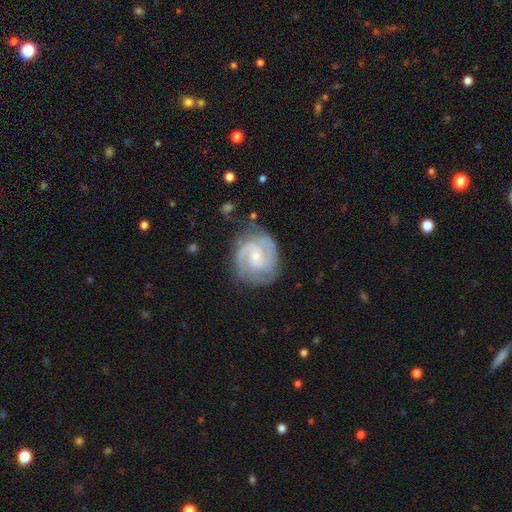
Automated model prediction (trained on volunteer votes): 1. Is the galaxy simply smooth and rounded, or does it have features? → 87% featured or disk, 8% smooth, 5% star or artifact.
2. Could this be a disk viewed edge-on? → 98% no, 2% yes.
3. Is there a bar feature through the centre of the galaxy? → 50% no, 43% weak, 7% strong.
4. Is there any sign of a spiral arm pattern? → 97% yes, 3% no.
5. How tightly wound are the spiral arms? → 51% tight, 42% medium, 8% loose.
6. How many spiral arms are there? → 70% 2, 15% 3, 8% can't tell, 3% 1, 2% 4, 2% more than 4.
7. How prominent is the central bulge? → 60% small, 33% moderate, 4% none, 2% large, 1% dominant.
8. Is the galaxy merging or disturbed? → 74% none, 18% minor disturbance, 6% major disturbance, 2% merger.